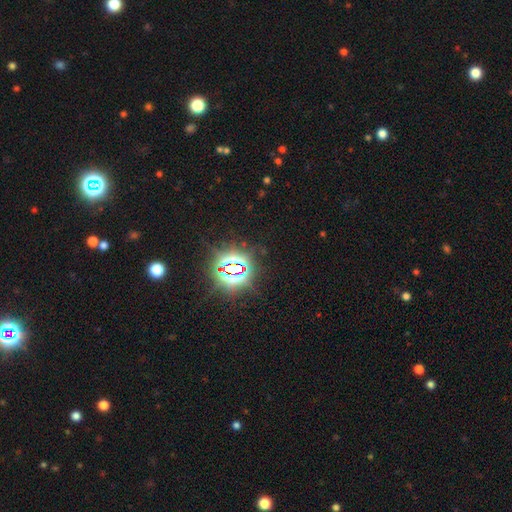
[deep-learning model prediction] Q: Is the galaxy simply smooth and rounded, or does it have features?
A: star or artifact — 83%.